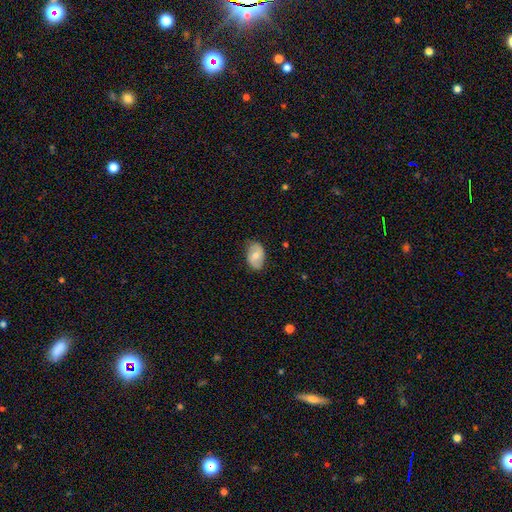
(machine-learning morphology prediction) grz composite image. It shows a smooth galaxy with no disk features (54%) that is in between round and cigar-shaped (86%). Merging: none (74%).